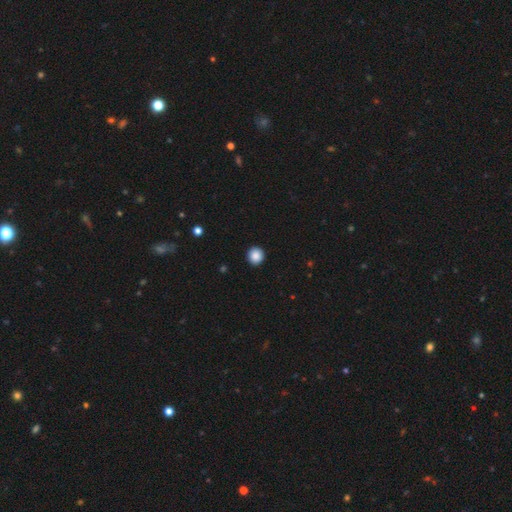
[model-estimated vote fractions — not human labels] This is clearly a smooth galaxy (88%). How rounded: clearly round (93%). Merging: clearly none (93%).